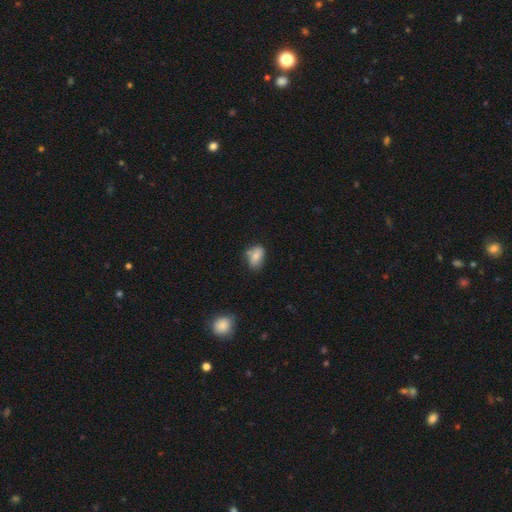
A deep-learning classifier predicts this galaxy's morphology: This is likely a smooth galaxy (71%). How rounded: clearly in between (81%). Merging: possibly none (57%).